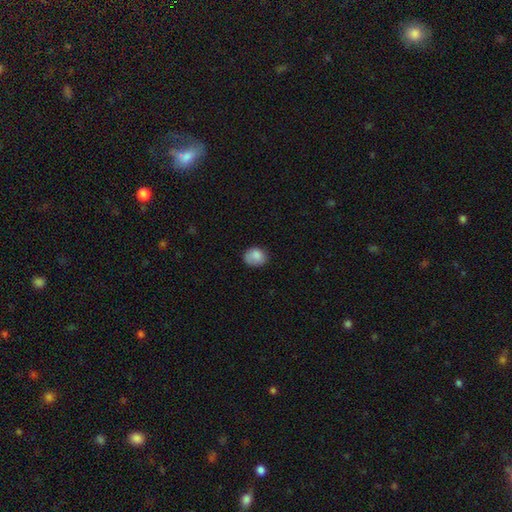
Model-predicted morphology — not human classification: smooth-or-featured: smooth: 83% | star or artifact: 9% | featured or disk: 8%
  how-rounded: round: 55% | in between: 44% | cigar-shaped: 1%
  merging: none: 65% | minor disturbance: 26% | major disturbance: 7% | merger: 2%